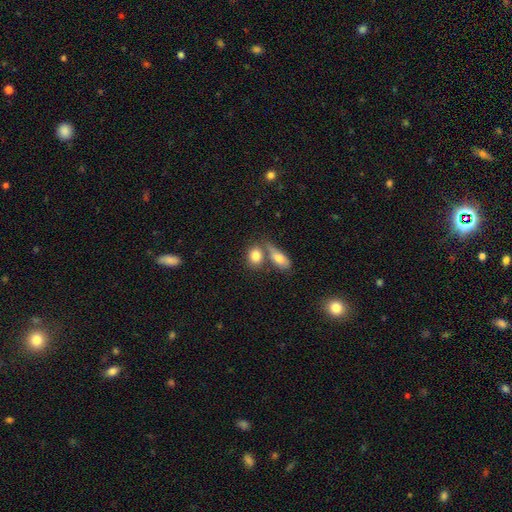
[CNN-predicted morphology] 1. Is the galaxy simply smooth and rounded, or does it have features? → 81% smooth, 11% featured or disk, 8% star or artifact.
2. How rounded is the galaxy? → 55% in between, 42% round, 3% cigar-shaped.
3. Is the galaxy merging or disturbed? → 44% none, 42% merger, 10% minor disturbance, 4% major disturbance.